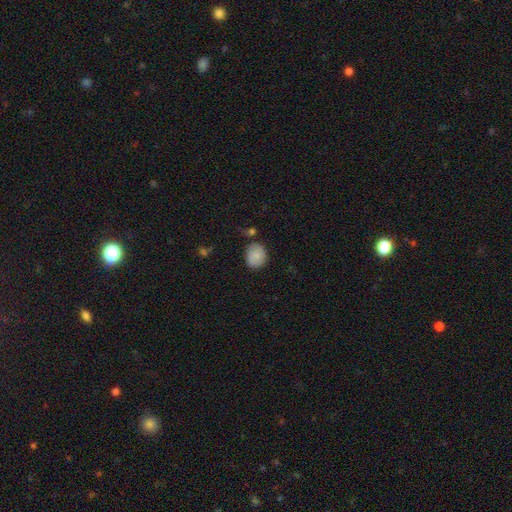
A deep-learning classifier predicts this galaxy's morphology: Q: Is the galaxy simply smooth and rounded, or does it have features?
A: smooth — 84%.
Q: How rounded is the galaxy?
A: round — 69%.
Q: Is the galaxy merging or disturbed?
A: none — 71%.